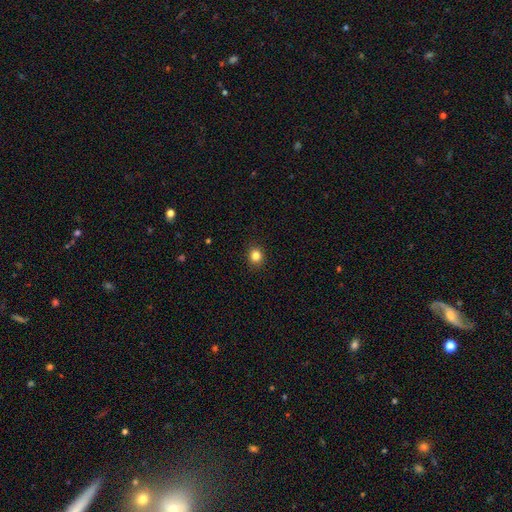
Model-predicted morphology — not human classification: smooth-or-featured: smooth: 83% | star or artifact: 12% | featured or disk: 5%
  how-rounded: round: 83% | in between: 16% | cigar-shaped: 1%
  merging: none: 91% | minor disturbance: 6% | major disturbance: 2% | merger: 1%